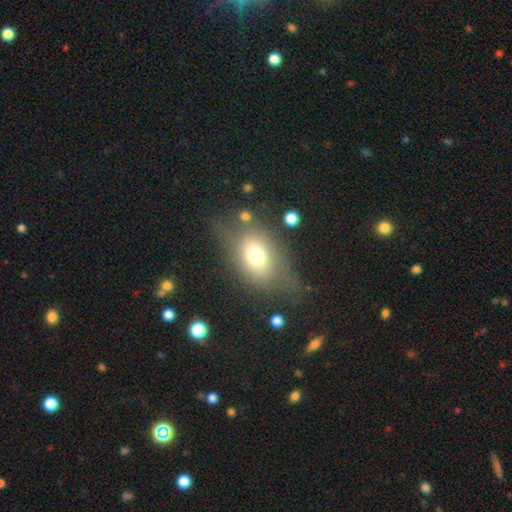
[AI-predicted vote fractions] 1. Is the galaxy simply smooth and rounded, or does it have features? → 67% smooth, 22% featured or disk, 11% star or artifact.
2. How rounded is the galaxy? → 76% in between, 20% round, 4% cigar-shaped.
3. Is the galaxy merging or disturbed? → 57% none, 23% minor disturbance, 15% major disturbance, 4% merger.